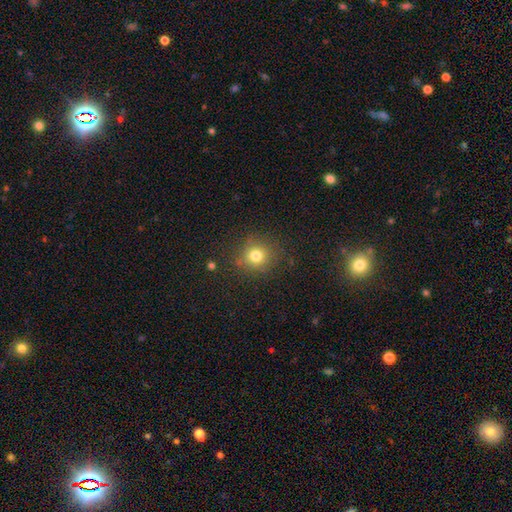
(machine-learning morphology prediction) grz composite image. It shows a smooth galaxy with no disk features (77%) that is round (89%). Merging: none (85%).